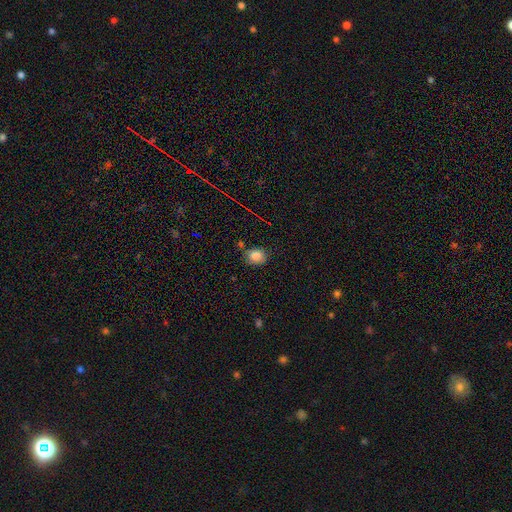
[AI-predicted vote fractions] smooth-or-featured: smooth: 82% | star or artifact: 11% | featured or disk: 6%
  how-rounded: round: 60% | in between: 39% | cigar-shaped: 1%
  merging: none: 74% | minor disturbance: 17% | merger: 5% | major disturbance: 4%